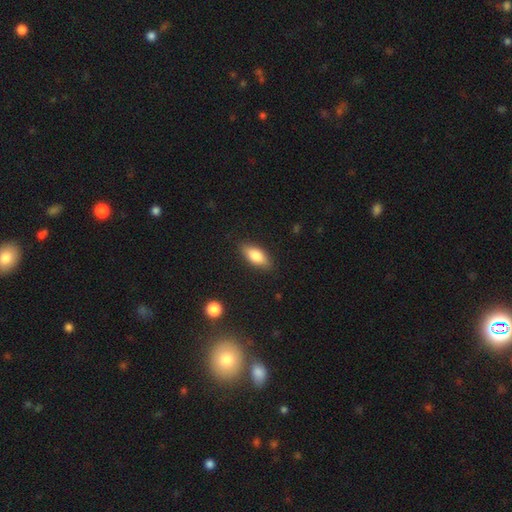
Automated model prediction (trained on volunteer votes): Smooth or featured? smooth (79%)
How rounded? in between (81%)
Merging? none (86%)